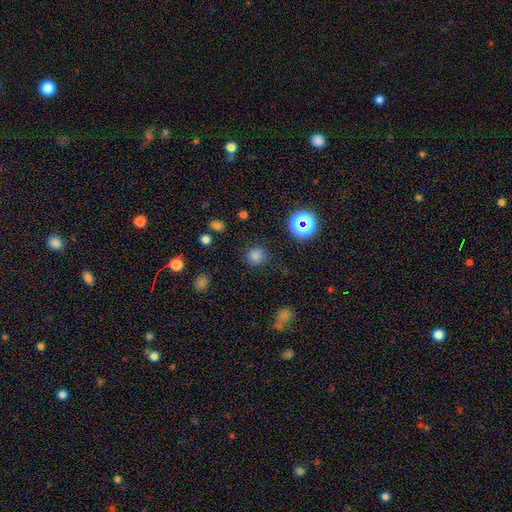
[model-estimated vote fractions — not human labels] smooth 77%, star or artifact 19%, featured or disk 5%. Down the decision tree: how rounded — round (93%); merging — none (86%).